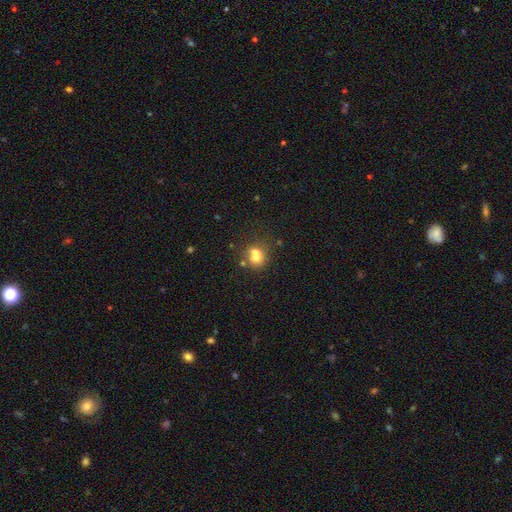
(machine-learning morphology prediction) A smooth galaxy with no disk features (66%) that is round (77%). Merging: merger (49%).